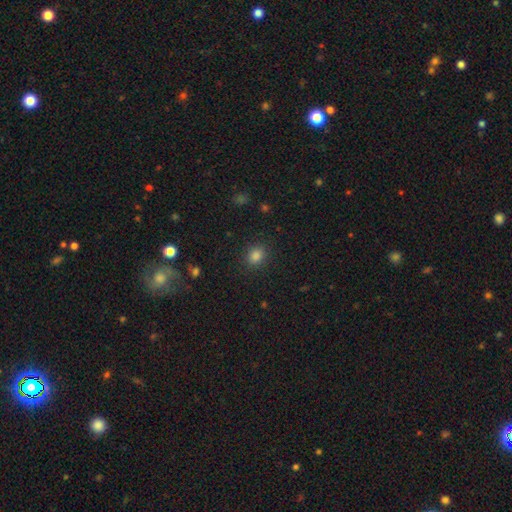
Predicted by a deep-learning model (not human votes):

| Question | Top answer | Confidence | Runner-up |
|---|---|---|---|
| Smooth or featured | smooth | 81% | star or artifact (15%) |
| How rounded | round | 66% | in between (33%) |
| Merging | none | 88% | minor disturbance (8%) |